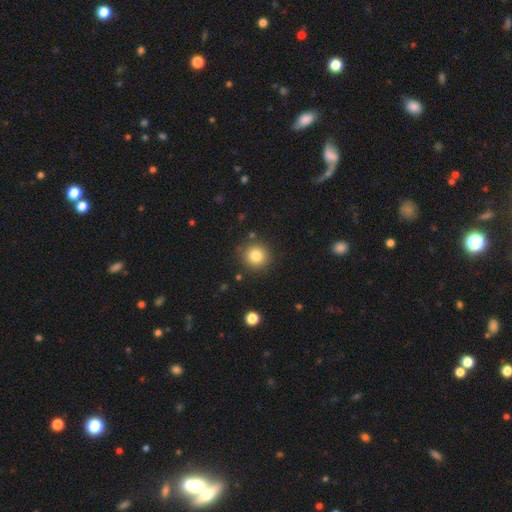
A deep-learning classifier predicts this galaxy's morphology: This appears to be a smooth galaxy with no disk features (82%) that is round (93%). Merging: none (87%).